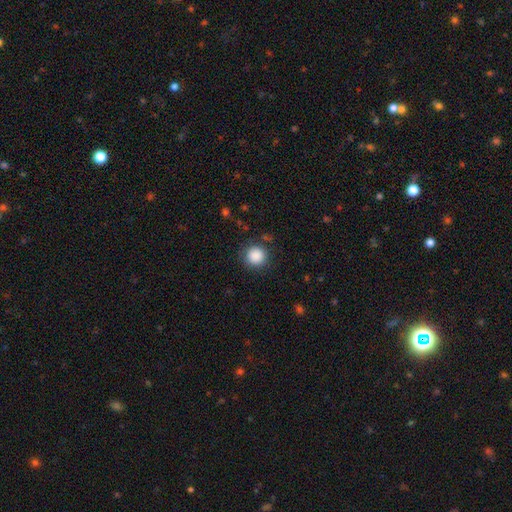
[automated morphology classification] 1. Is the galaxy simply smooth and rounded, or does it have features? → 87% smooth, 10% star or artifact, 3% featured or disk.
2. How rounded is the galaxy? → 94% round, 5% in between, 1% cigar-shaped.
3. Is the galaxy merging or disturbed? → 87% none, 8% minor disturbance, 3% major disturbance, 1% merger.